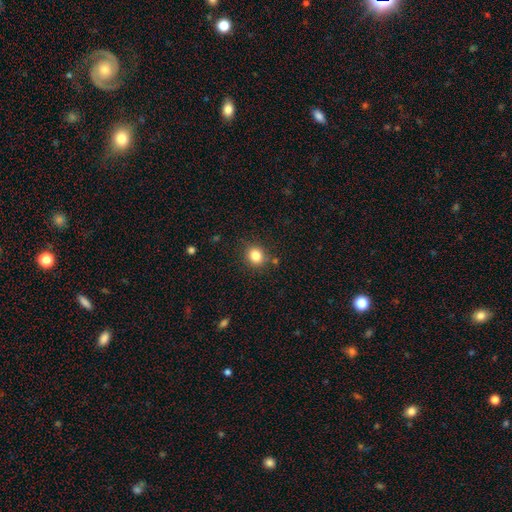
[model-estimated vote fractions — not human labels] smooth 83%, star or artifact 11%, featured or disk 6%. Down the decision tree: how rounded — round (79%); merging — none (83%).